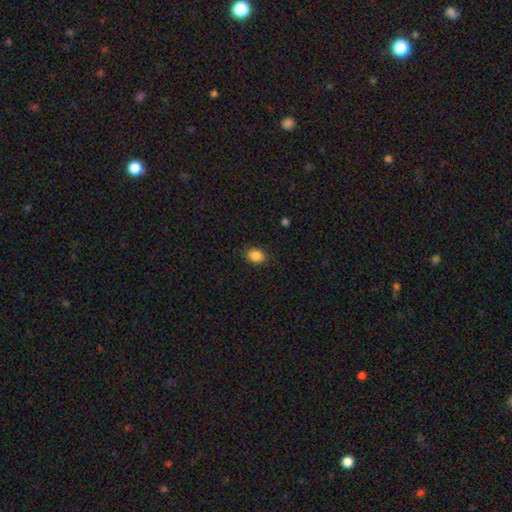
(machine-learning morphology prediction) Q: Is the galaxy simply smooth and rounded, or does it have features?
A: smooth — 86%.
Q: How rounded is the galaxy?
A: in between — 63%.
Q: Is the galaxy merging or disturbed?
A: none — 87%.